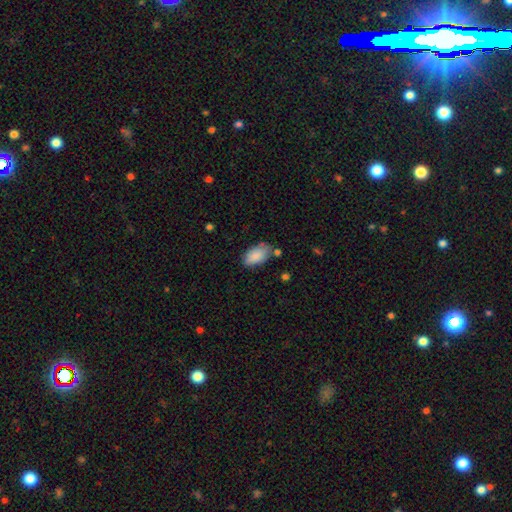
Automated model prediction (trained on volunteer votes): A smooth galaxy with no disk features (87%) that is in between round and cigar-shaped (94%). Merging: none (68%).